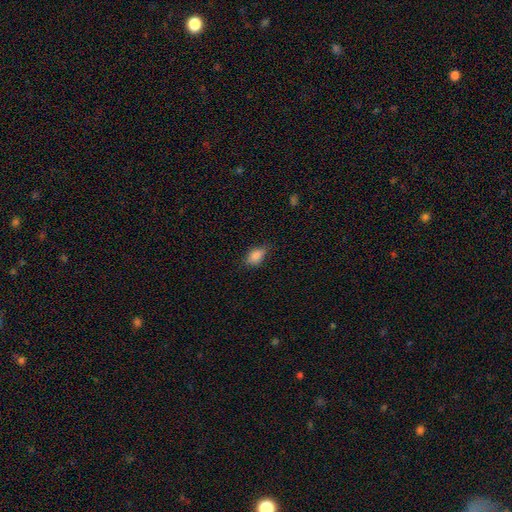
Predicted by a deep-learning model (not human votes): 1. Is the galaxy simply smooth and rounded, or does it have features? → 85% smooth, 9% star or artifact, 7% featured or disk.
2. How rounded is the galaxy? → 85% in between, 12% round, 3% cigar-shaped.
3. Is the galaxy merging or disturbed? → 67% none, 26% minor disturbance, 5% major disturbance, 1% merger.